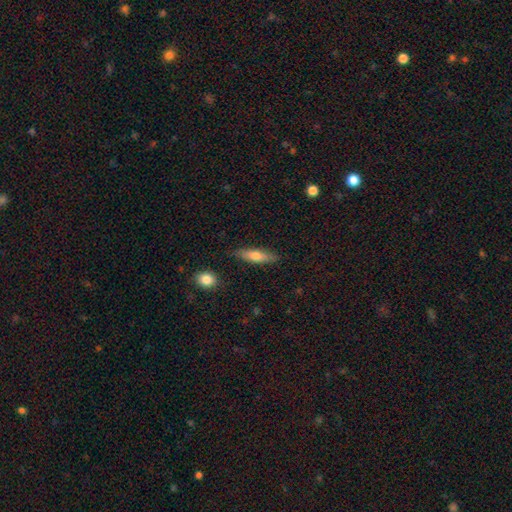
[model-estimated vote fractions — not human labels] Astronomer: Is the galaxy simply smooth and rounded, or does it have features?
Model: smooth — 67%.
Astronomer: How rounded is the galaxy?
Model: cigar-shaped — 64%.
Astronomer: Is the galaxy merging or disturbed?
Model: none — 83%.